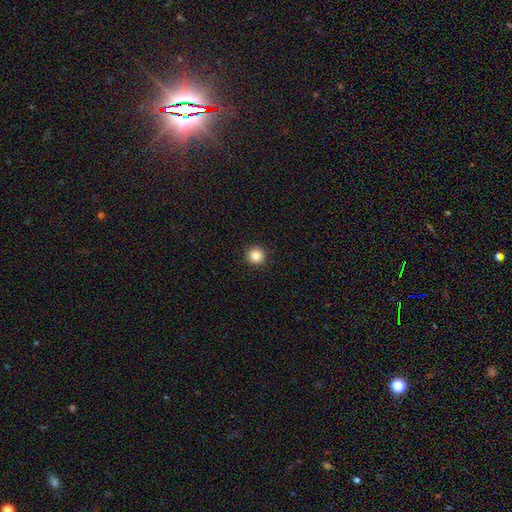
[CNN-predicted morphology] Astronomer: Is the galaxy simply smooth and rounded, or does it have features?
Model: smooth — 86%.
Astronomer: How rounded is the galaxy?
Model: round — 95%.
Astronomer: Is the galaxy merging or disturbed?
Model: none — 93%.